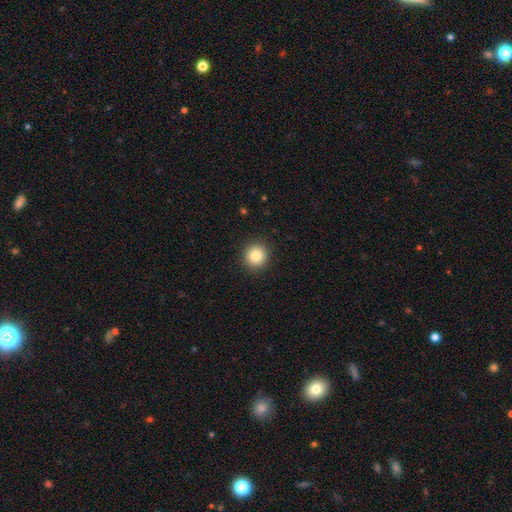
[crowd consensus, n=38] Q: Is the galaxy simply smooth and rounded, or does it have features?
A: smooth — 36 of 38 (95%).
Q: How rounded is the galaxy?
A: round — 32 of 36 (89%).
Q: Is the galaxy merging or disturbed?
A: none — 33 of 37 (89%).